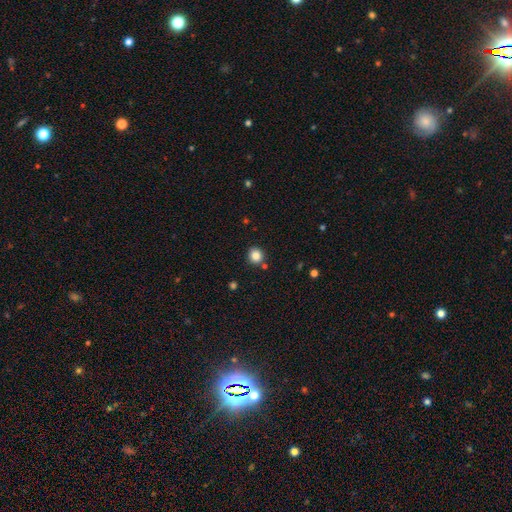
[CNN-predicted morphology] smooth-or-featured: smooth: 84% | star or artifact: 11% | featured or disk: 5%
  how-rounded: round: 90% | in between: 9% | cigar-shaped: 1%
  merging: none: 86% | minor disturbance: 7% | merger: 5% | major disturbance: 2%